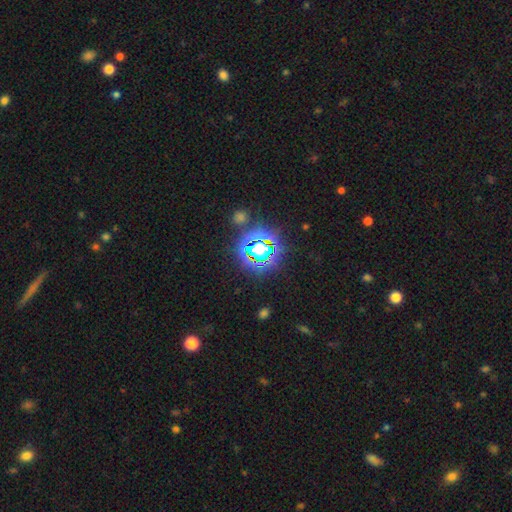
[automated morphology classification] smooth-or-featured: star or artifact: 69% | smooth: 21% | featured or disk: 10%